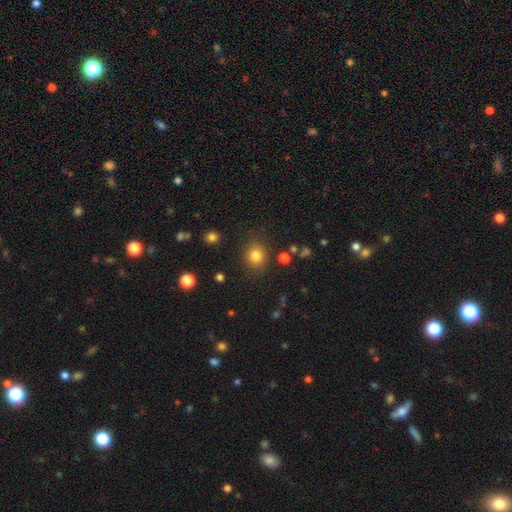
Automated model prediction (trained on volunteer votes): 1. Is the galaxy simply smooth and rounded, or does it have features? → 82% smooth, 12% star or artifact, 6% featured or disk.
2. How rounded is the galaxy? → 79% round, 20% in between, 1% cigar-shaped.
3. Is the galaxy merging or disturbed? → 84% none, 9% minor disturbance, 4% major disturbance, 3% merger.